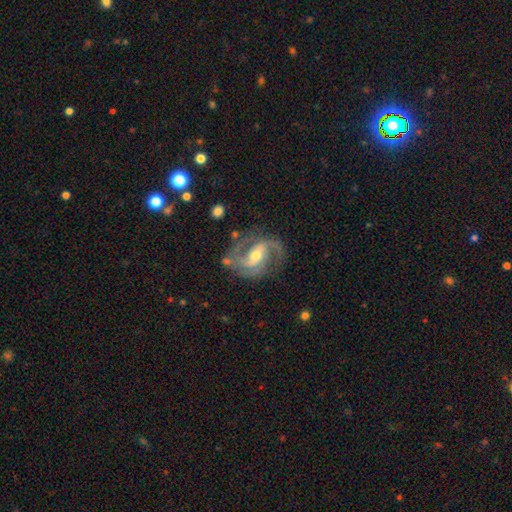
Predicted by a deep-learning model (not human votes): Morphology: type=featured or disk (89%); edge-on=no (97%); bar=weak (43%); spiral arms=yes (97%); winding=medium (55%); arm count=2 (84%); bulge=moderate (57%); merging=none (75%).